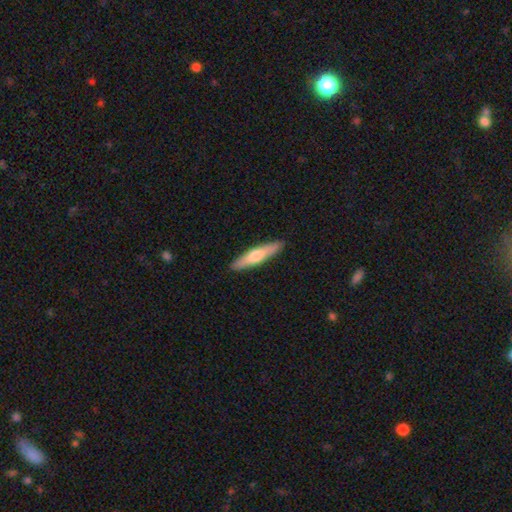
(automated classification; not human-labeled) Smooth or featured? smooth (56%)
How rounded? cigar-shaped (86%)
Merging? none (91%)